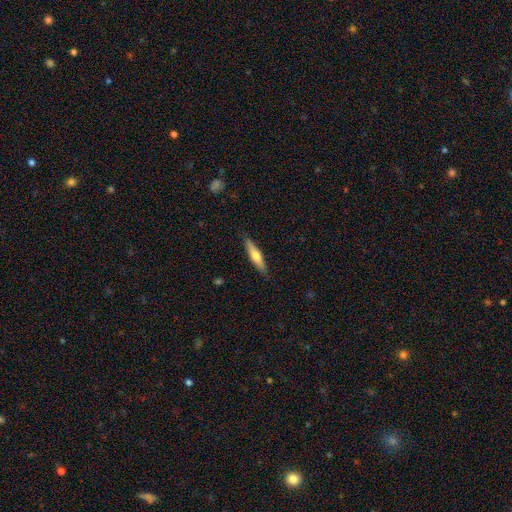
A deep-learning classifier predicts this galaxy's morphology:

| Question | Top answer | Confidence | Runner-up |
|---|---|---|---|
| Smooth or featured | featured or disk | 47% | tied: smooth (47%) |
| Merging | none | 88% | minor disturbance (9%) |